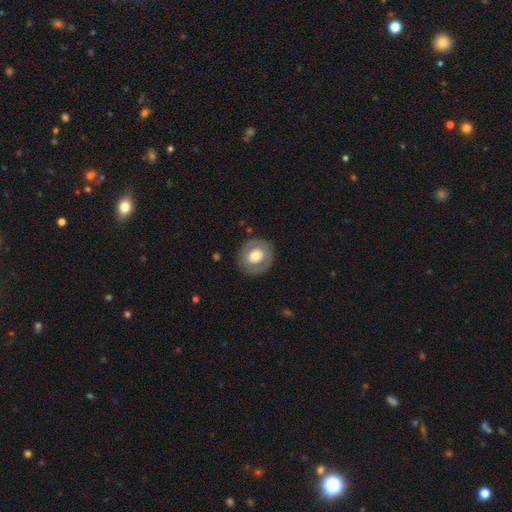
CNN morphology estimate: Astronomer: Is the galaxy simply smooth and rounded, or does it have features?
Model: smooth — 57% (runner-up: featured or disk, 37%).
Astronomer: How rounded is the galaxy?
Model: round — 80%.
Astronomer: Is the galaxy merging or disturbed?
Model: none — 85%.